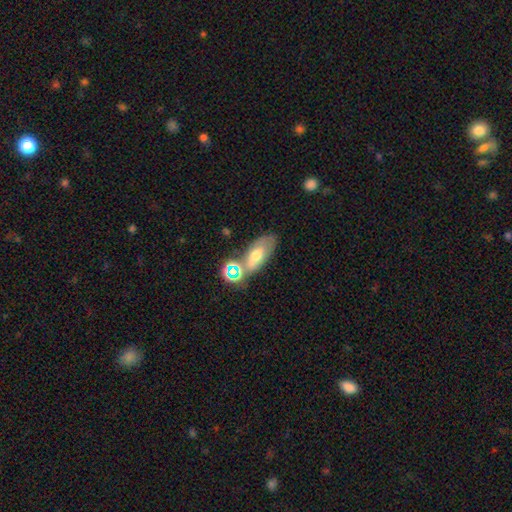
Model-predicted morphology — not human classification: The model was most divided on "smooth or featured": smooth: 53%, featured or disk: 30%, star or artifact: 17%. More confident: how rounded — in between (81%); merging — none (55%).